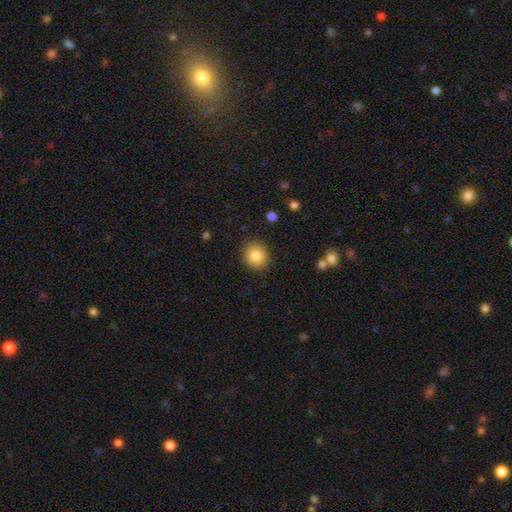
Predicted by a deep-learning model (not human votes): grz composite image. It shows a smooth galaxy with no disk features (84%) that is round (84%). Merging: none (90%).